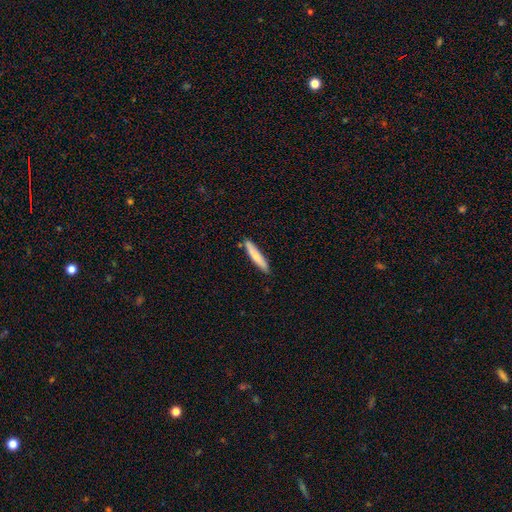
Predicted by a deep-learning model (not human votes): A smooth galaxy with no disk features (71%) that is cigar-shaped (90%). Merging: none (83%).